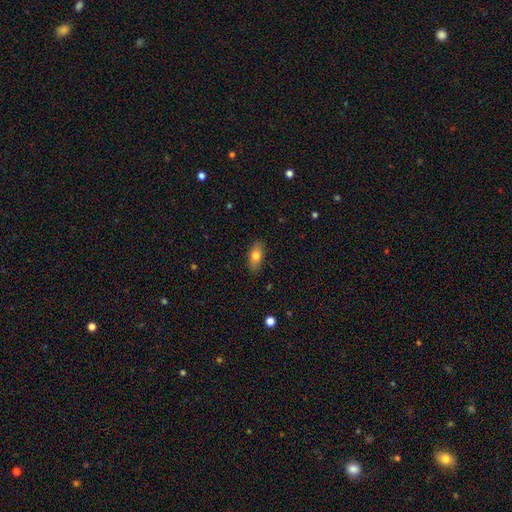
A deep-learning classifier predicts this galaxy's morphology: Q: Smooth or featured?
A: smooth (77%); runner-up: featured or disk (16%)
Q: How rounded?
A: in between (85%); runner-up: cigar-shaped (10%)
Q: Merging?
A: none (86%); runner-up: minor disturbance (10%)